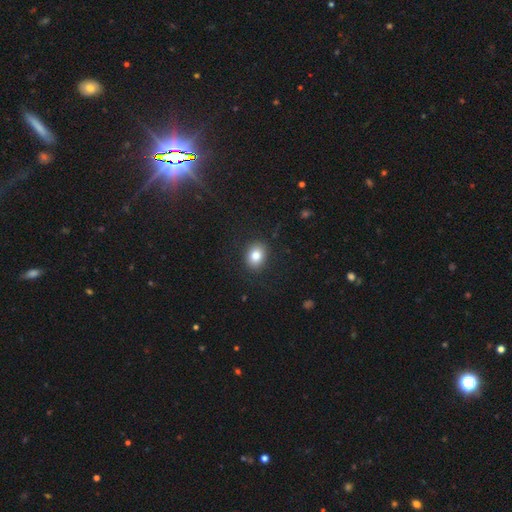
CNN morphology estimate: Overall: smooth (83%). How rounded: in between (58%; round 41%). Merging: none (87%).